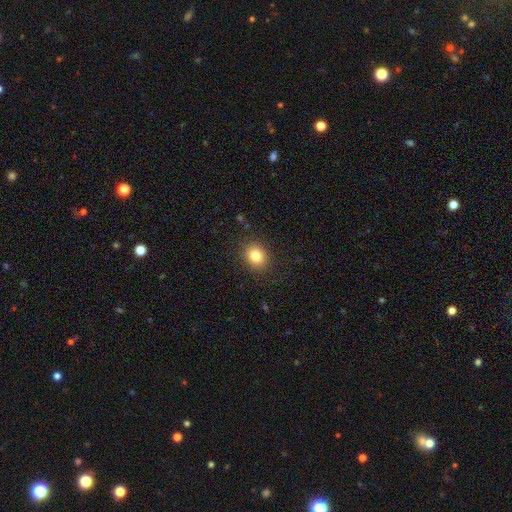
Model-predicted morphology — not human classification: A smooth galaxy with no disk features (82%) that is round (64%).

Vote fractions:
- Smooth or featured? smooth: 82% / star or artifact: 11% / featured or disk: 7%
- How rounded? round: 64% / in between: 35% / cigar-shaped: 1%
- Merging? none: 88% / minor disturbance: 8% / major disturbance: 3% / merger: 1%